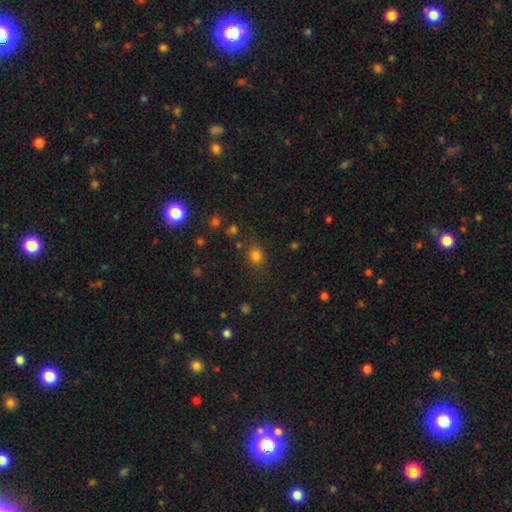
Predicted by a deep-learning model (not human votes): A smooth galaxy with no disk features (78%) that is round (65%). Merging: none (78%).